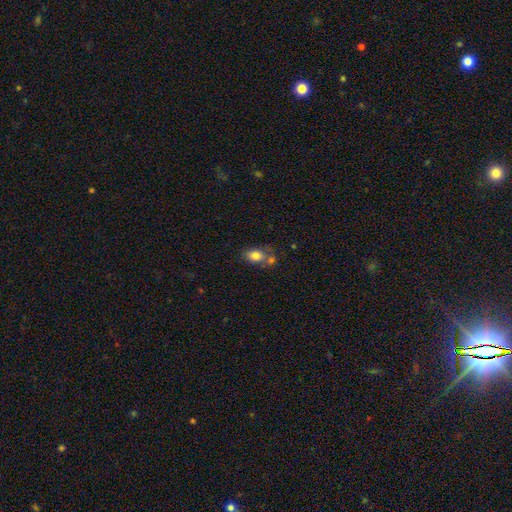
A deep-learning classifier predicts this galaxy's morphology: This is clearly a smooth galaxy (81%). How rounded: likely in between (80%). Merging: possibly none (50%).